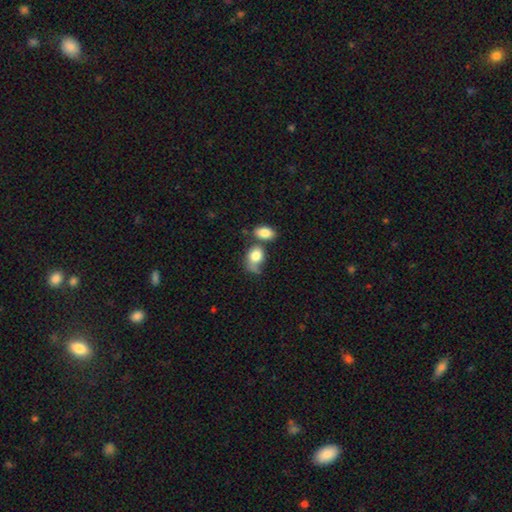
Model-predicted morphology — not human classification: This appears to be a smooth galaxy with no disk features (80%) that is in between round and cigar-shaped (59%). Merging: merger (33%).